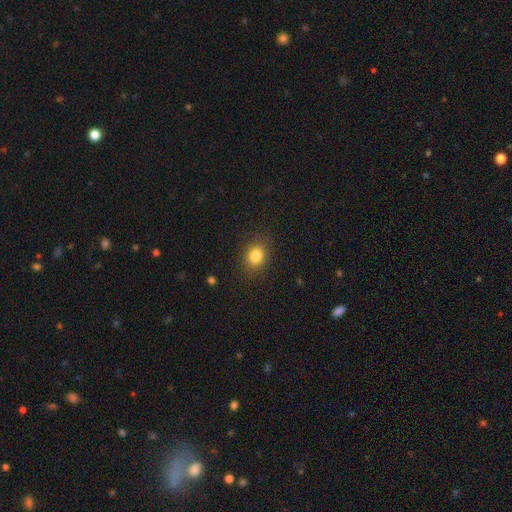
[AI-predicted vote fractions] Overall: smooth (82%). How rounded: in between (54%; round 44%). Merging: none (87%).